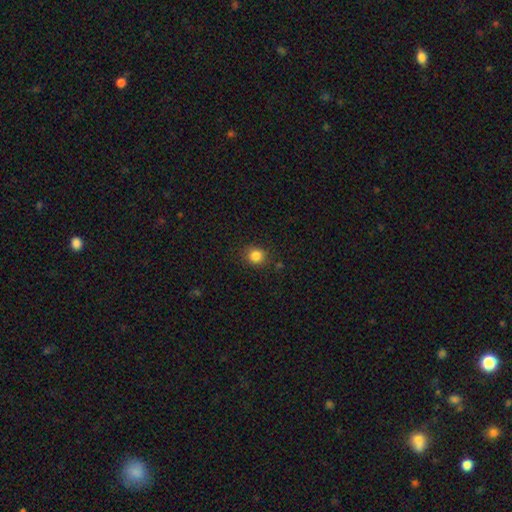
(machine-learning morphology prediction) Smooth or featured? Predicted: smooth (p=0.84). How rounded? Predicted: round (p=0.84). Merging? Predicted: none (p=0.86).